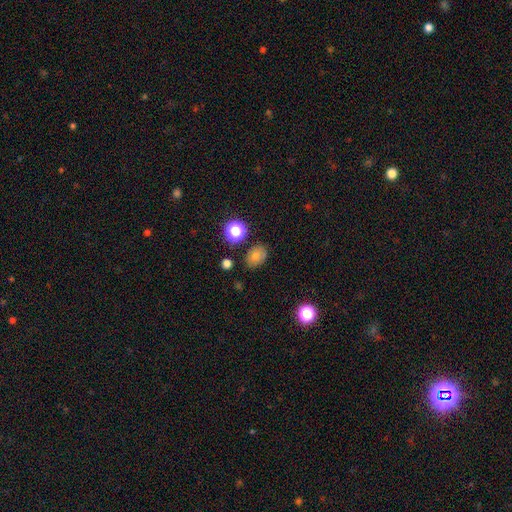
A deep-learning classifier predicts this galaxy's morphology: Overall: smooth (57%; star or artifact 22%). How rounded: in between (60%; round 39%). Merging: none (82%).